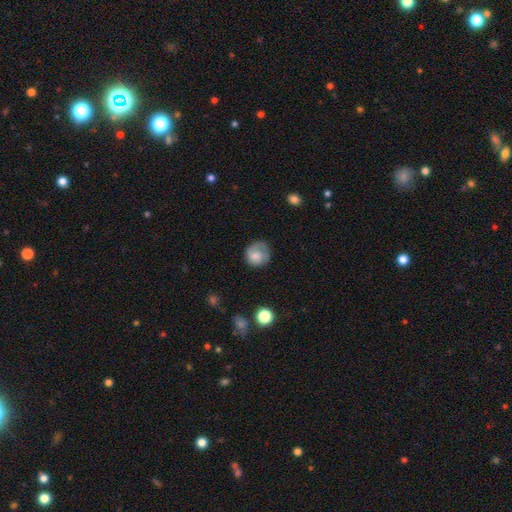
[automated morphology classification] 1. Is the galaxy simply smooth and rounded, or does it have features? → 62% smooth, 30% featured or disk, 8% star or artifact.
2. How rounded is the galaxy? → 79% round, 20% in between, 1% cigar-shaped.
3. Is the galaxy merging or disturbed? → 60% none, 25% minor disturbance, 14% major disturbance, 2% merger.